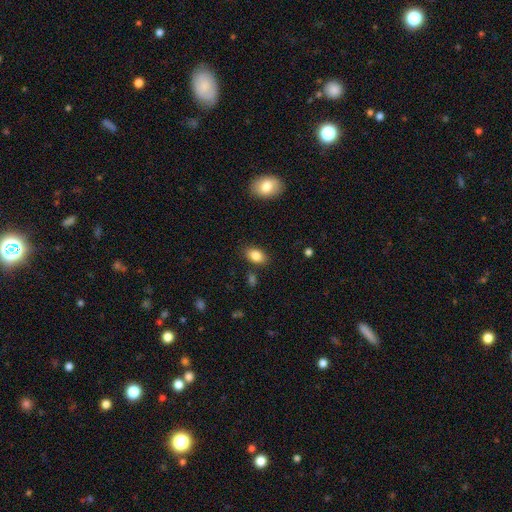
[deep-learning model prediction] This appears to be a smooth galaxy with no disk features (85%) that is in between round and cigar-shaped (87%). Merging: none (84%).